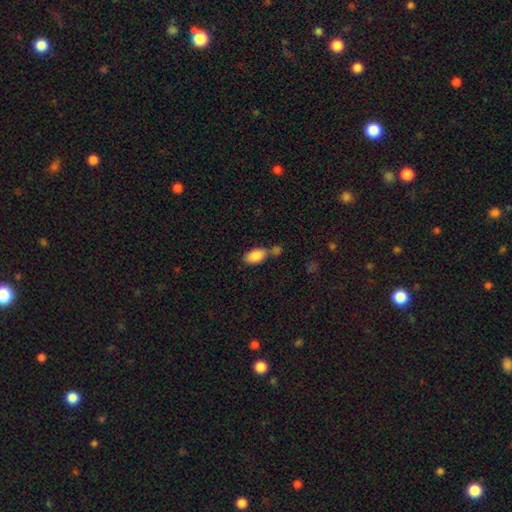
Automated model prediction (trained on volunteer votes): Q: Smooth or featured?
A: smooth (86%); runner-up: star or artifact (7%)
Q: How rounded?
A: in between (93%); runner-up: round (4%)
Q: Merging?
A: none (50%); runner-up: merger (32%)